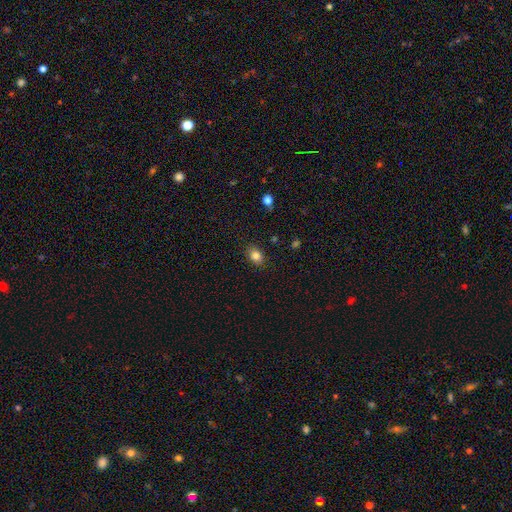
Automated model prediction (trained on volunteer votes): A smooth galaxy with no disk features (83%) that is in between round and cigar-shaped (71%).

Vote fractions:
- Smooth or featured? smooth: 83% / star or artifact: 10% / featured or disk: 7%
- How rounded? in between: 71% / round: 28% / cigar-shaped: 1%
- Merging? none: 86% / minor disturbance: 11% / major disturbance: 2% / merger: 1%